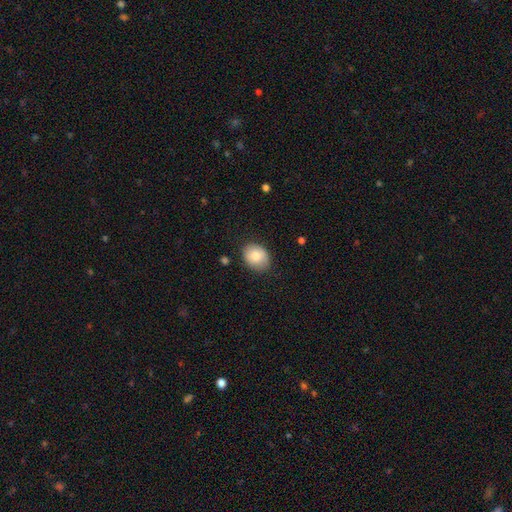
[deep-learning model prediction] A smooth galaxy with no disk features (80%) that is in between round and cigar-shaped (57%). Merging: none (83%).